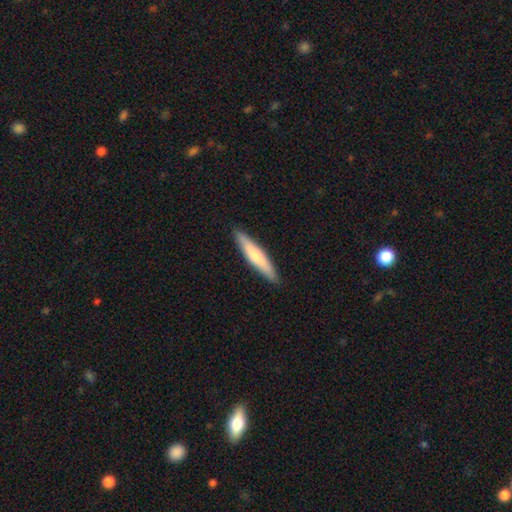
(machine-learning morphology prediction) This appears to be a smooth galaxy with no disk features (61%) that is cigar-shaped (90%). Merging: none (91%).